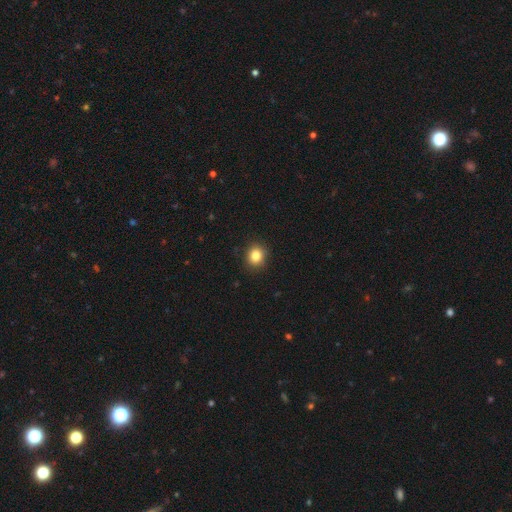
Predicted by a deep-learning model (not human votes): smooth 84%, star or artifact 11%, featured or disk 5%. Down the decision tree: how rounded — round (78%); merging — none (89%).